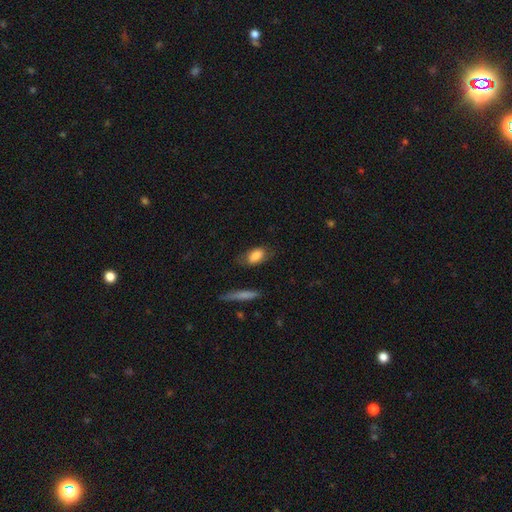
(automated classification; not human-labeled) The model was most divided on "merging": none: 68%, minor disturbance: 22%, major disturbance: 7%, merger: 3%. More confident: how rounded — in between (87%); smooth or featured — smooth (81%).